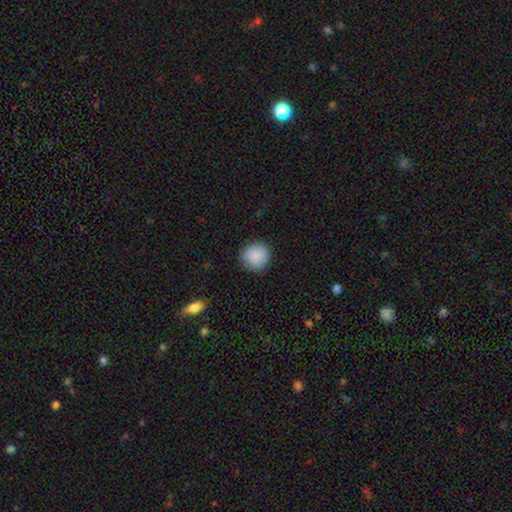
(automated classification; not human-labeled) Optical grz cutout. It shows a smooth galaxy with no disk features (88%) that is round (90%). Merging: none (87%).